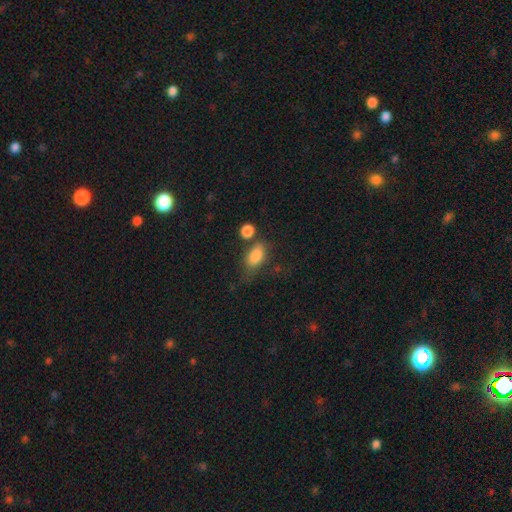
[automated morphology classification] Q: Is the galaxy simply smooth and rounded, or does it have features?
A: smooth — 83%.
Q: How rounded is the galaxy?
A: in between — 86%.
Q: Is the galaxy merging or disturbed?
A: none — 53%.